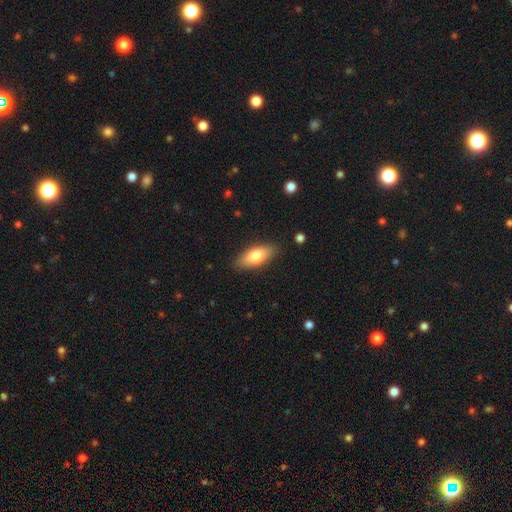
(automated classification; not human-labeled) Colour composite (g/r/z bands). It shows a smooth galaxy with no disk features (77%) that is in between round and cigar-shaped (78%). Merging: none (86%).